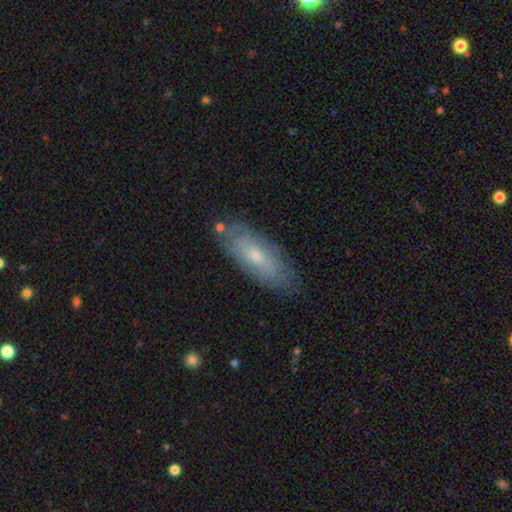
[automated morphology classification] smooth-or-featured: smooth: 50% | featured or disk: 43% | star or artifact: 7%
  how-rounded: in between: 74% | cigar-shaped: 24% | round: 2%
  merging: none: 77% | minor disturbance: 17% | major disturbance: 4% | merger: 2%